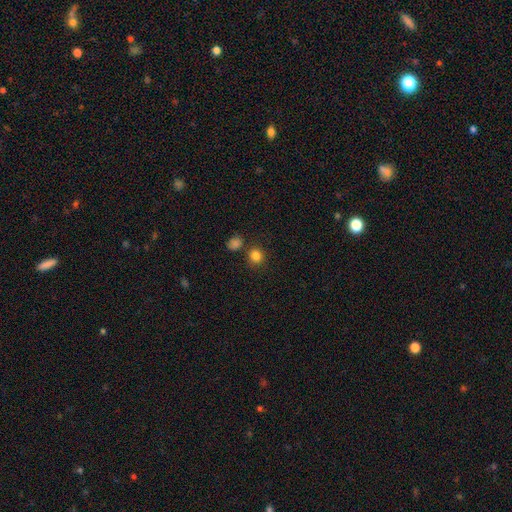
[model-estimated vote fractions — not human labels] Smooth or featured? Predicted: smooth (p=0.83). How rounded? Predicted: round (p=0.88). Merging? Predicted: none (p=0.78).